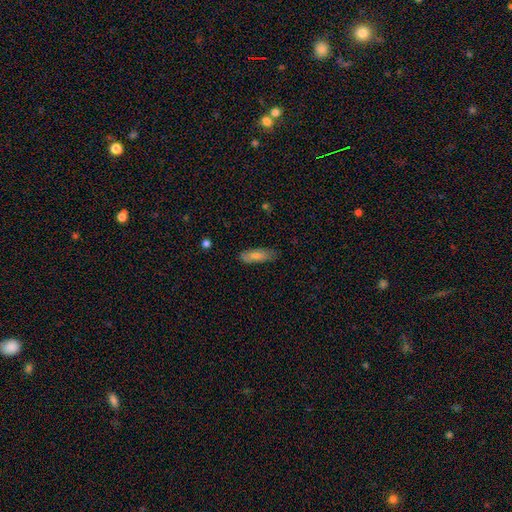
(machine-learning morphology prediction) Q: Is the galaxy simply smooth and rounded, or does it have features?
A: smooth — 80%.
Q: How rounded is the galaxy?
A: in between — 61%.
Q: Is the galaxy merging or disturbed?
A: none — 77%.